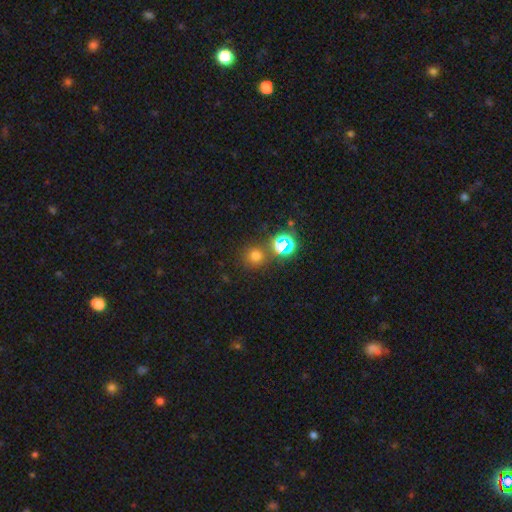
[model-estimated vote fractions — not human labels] A smooth galaxy with no disk features (65%) that is round (90%). Merging: none (75%).